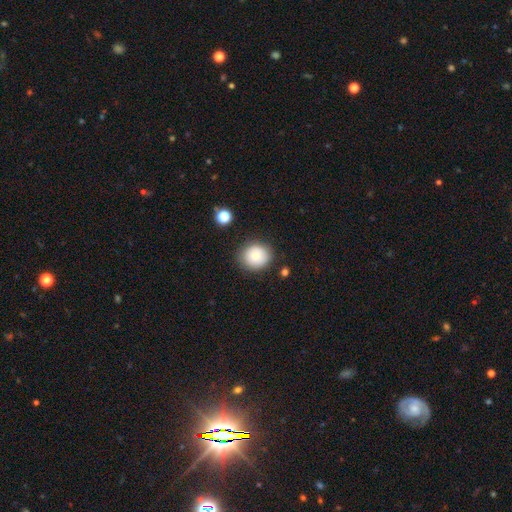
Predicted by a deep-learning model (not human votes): The model was most divided on "smooth or featured": smooth: 77%, featured or disk: 13%, star or artifact: 10%. More confident: how rounded — round (86%); merging — none (84%).